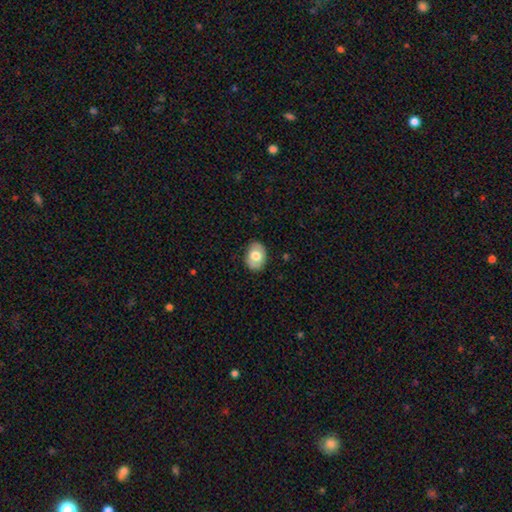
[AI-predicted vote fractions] Smooth or featured?
  - smooth: 63% *
  - featured or disk: 30%
  - star or artifact: 7%
How rounded?
  - in between: 74% *
  - round: 25%
  - cigar-shaped: 1%
Merging?
  - none: 82% *
  - minor disturbance: 14%
  - major disturbance: 3%
  - merger: 1%